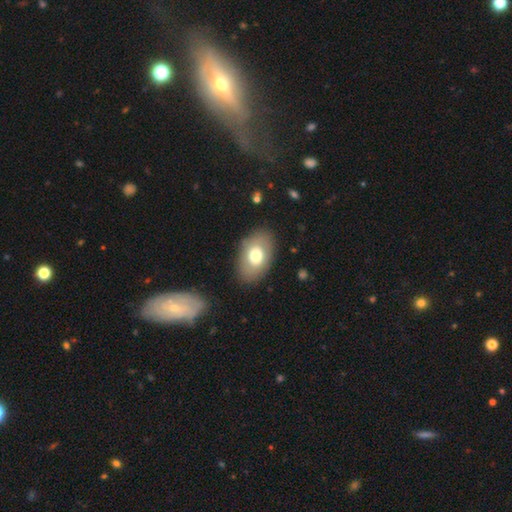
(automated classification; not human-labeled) Smooth or featured: smooth — 70% (featured or disk — 22%)
How rounded: in between — 88% (round — 11%)
Merging: none — 85% (minor disturbance — 10%)